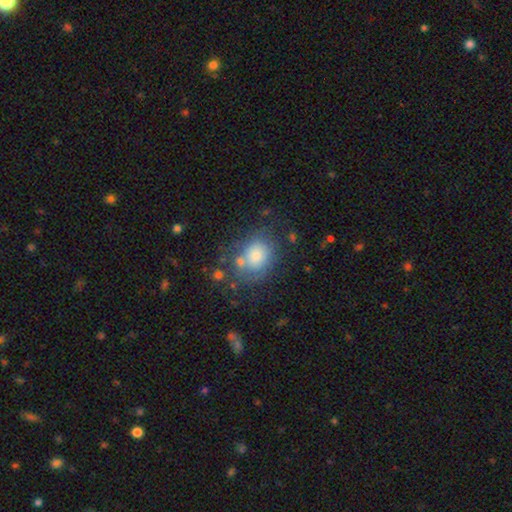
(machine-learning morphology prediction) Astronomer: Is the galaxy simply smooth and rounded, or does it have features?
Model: smooth — 72%.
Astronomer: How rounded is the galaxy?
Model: round — 52% (runner-up: in between, 47%).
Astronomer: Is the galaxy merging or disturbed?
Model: none — 55%.